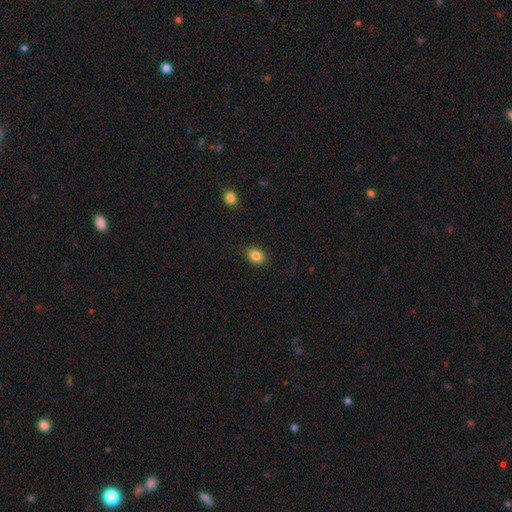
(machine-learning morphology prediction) The model was most divided on "how rounded": in between: 64%, round: 35%, cigar-shaped: 1%. More confident: smooth or featured — smooth (85%); merging — none (85%).